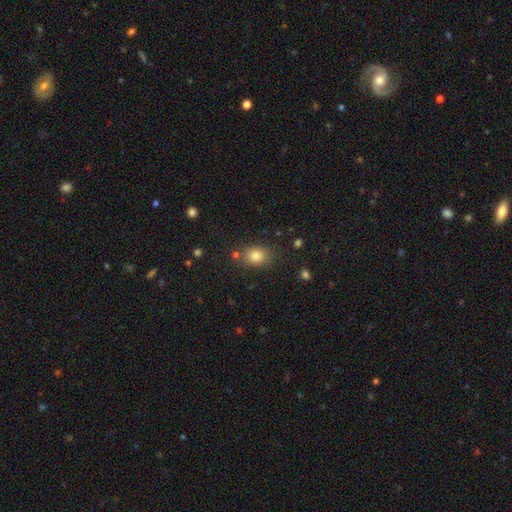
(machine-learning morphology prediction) smooth_or_featured: smooth (p=0.82) [alt: star or artifact p=0.11]
how_rounded: in between (p=0.55) [alt: round p=0.44]
merging: none (p=0.77) [alt: minor disturbance p=0.13]